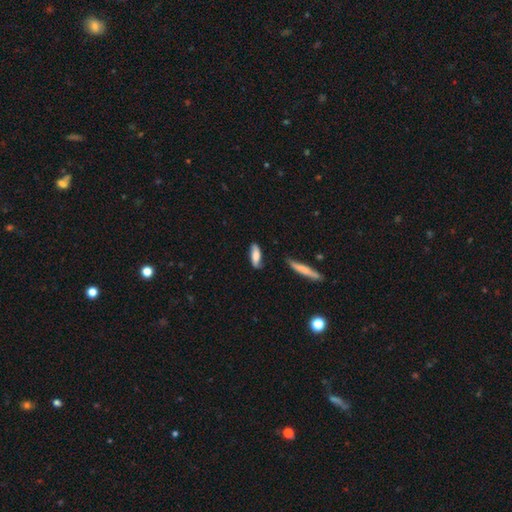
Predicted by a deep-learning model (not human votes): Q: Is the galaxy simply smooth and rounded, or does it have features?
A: smooth — 75%.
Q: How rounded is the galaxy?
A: in between — 58%.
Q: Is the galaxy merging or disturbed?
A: none — 73%.